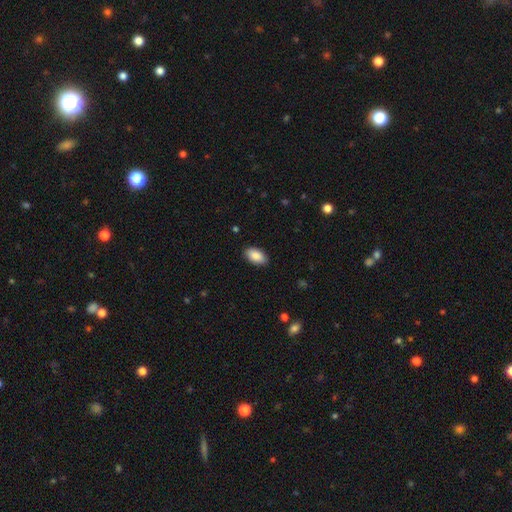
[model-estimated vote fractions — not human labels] The model was most divided on "merging": none: 89%, minor disturbance: 8%, major disturbance: 2%, merger: 1%. More confident: how rounded — in between (95%); smooth or featured — smooth (89%).